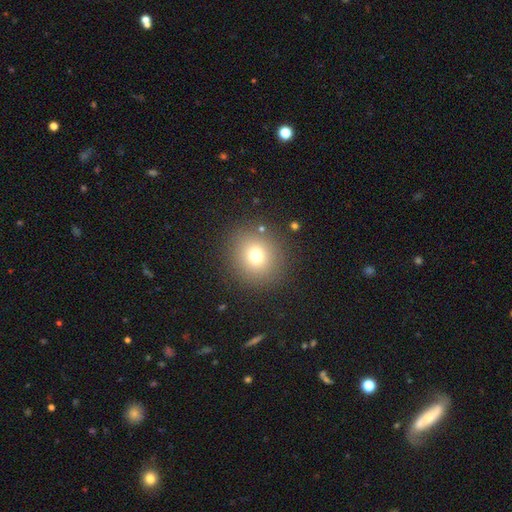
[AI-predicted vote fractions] A smooth galaxy with no disk features (72%) that is round (90%).

Vote fractions:
- Smooth or featured? smooth: 72% / star or artifact: 17% / featured or disk: 11%
- How rounded? round: 90% / in between: 9% / cigar-shaped: 1%
- Merging? none: 87% / minor disturbance: 7% / major disturbance: 4% / merger: 2%